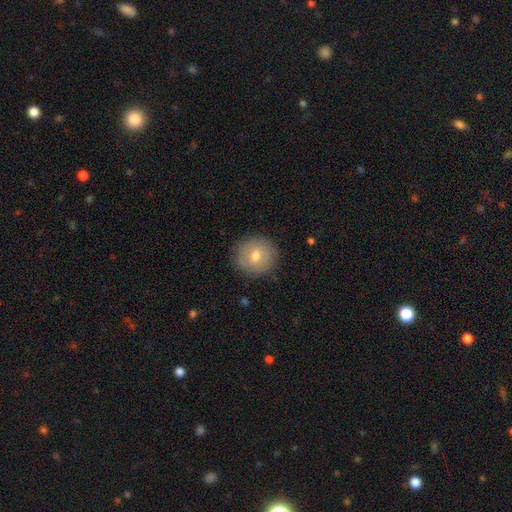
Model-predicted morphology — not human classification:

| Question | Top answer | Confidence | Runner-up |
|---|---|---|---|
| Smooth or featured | smooth | 68% | featured or disk (22%) |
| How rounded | round | 93% | in between (6%) |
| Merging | none | 89% | minor disturbance (8%) |